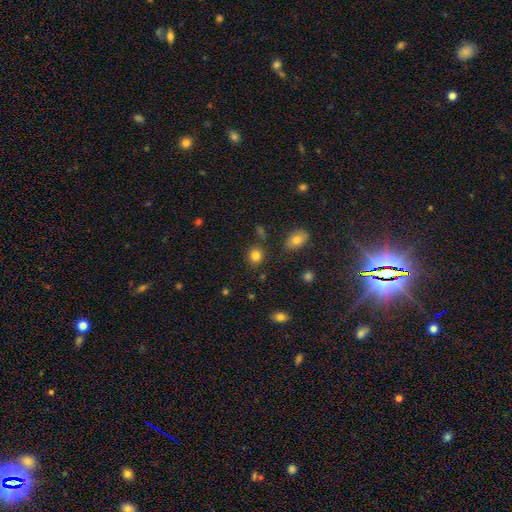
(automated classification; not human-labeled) smooth 83%, star or artifact 11%, featured or disk 6%. Down the decision tree: how rounded — round (76%); merging — none (84%).